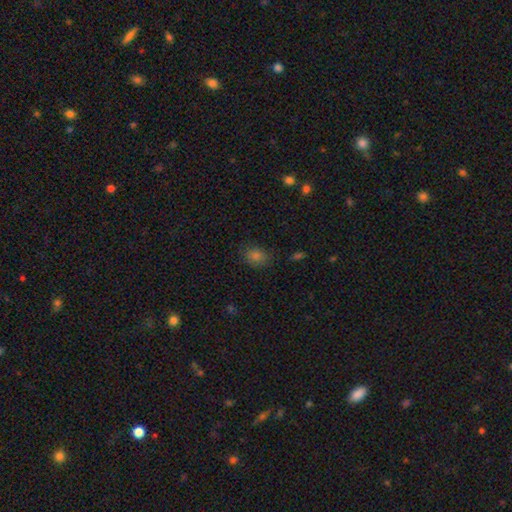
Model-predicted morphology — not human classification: Q: Smooth or featured?
A: smooth (75%); runner-up: star or artifact (18%)
Q: How rounded?
A: in between (61%); runner-up: round (38%)
Q: Merging?
A: none (82%); runner-up: minor disturbance (13%)